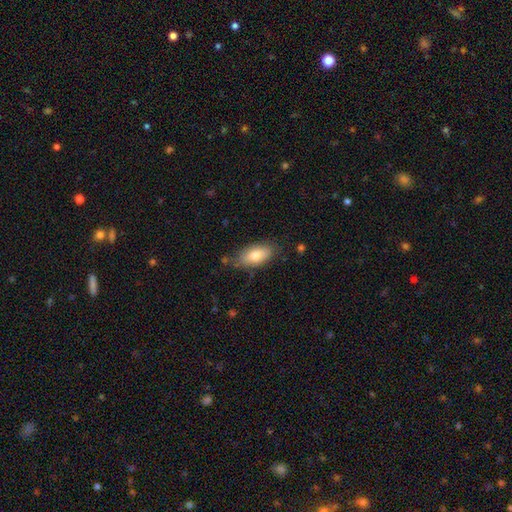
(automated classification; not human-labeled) smooth-or-featured: smooth: 75% | featured or disk: 18% | star or artifact: 7%
  how-rounded: in between: 90% | cigar-shaped: 7% | round: 3%
  merging: none: 73% | minor disturbance: 20% | major disturbance: 4% | merger: 3%